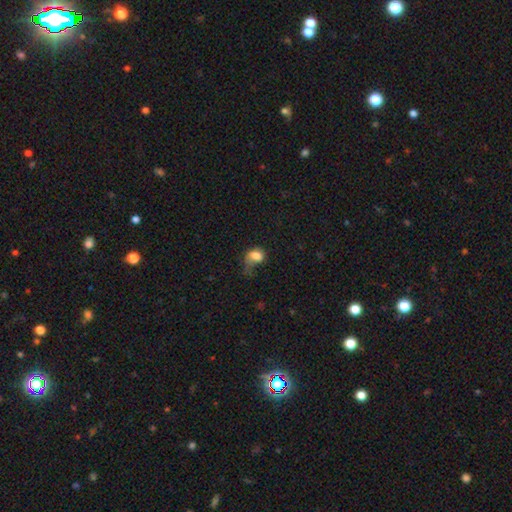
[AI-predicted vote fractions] This is likely a smooth galaxy (76%). How rounded: likely in between (70%). Merging: possibly major disturbance (45%).